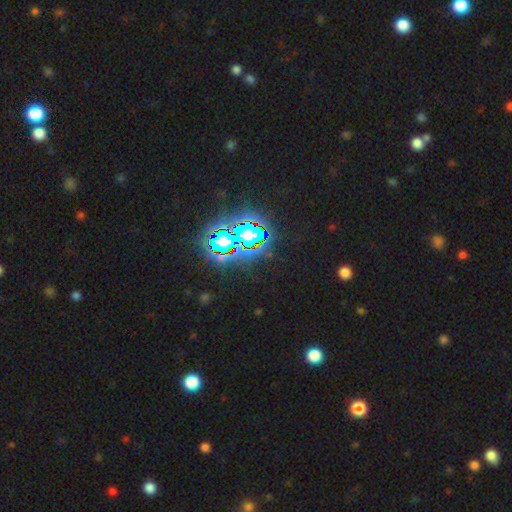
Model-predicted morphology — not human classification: Smooth or featured? Predicted: star or artifact (p=0.82).